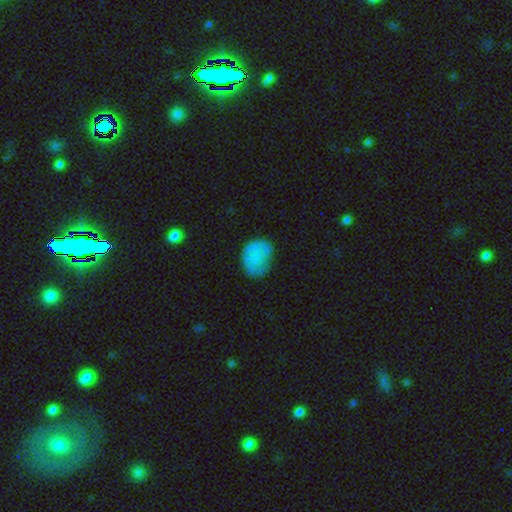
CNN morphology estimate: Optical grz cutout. It shows a smooth galaxy with no disk features (72%) that is in between round and cigar-shaped (65%). Merging: none (59%).